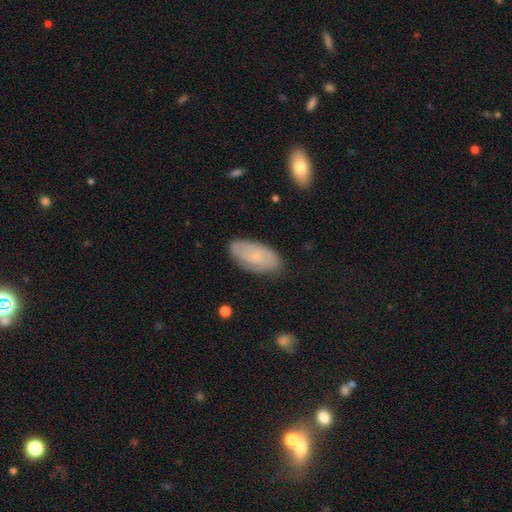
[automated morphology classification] Smooth or featured: smooth — 58% (featured or disk — 34%)
How rounded: in between — 93% (cigar-shaped — 4%)
Merging: none — 79% (minor disturbance — 16%)